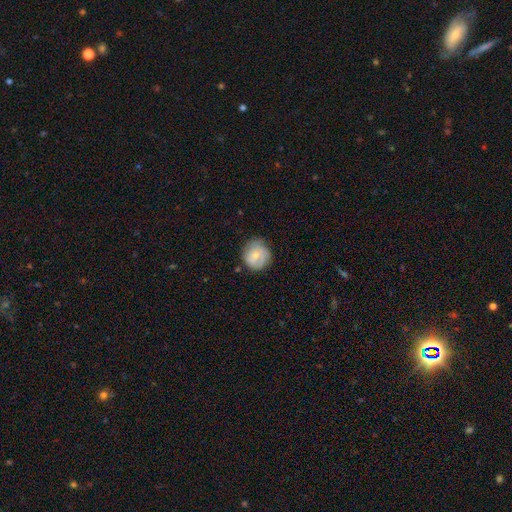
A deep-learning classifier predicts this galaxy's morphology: smooth_or_featured: smooth (p=0.60) [alt: featured or disk p=0.32]
how_rounded: round (p=0.90) [alt: in between p=0.09]
merging: none (p=0.69) [alt: minor disturbance p=0.24]